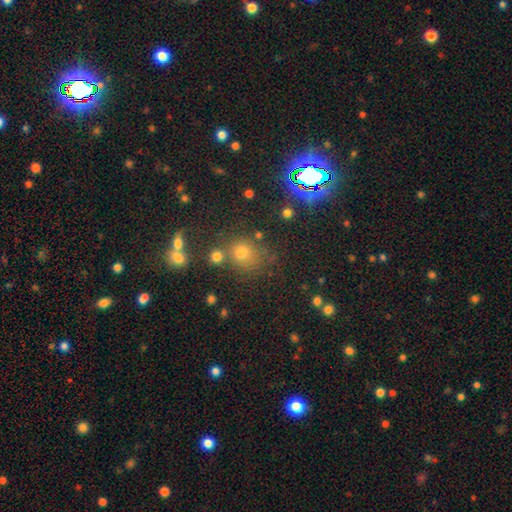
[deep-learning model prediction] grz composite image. It shows a smooth galaxy with no disk features (51%) that is round (84%). Merging: none (72%).